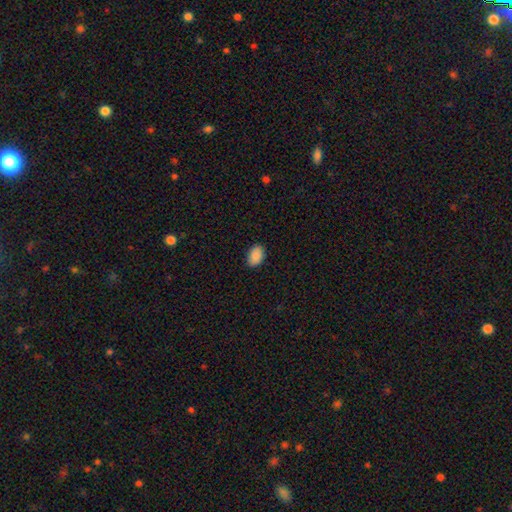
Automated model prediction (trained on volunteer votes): smooth_or_featured: smooth (p=0.89) [alt: star or artifact p=0.07]
how_rounded: in between (p=0.84) [alt: round p=0.15]
merging: none (p=0.87) [alt: minor disturbance p=0.10]